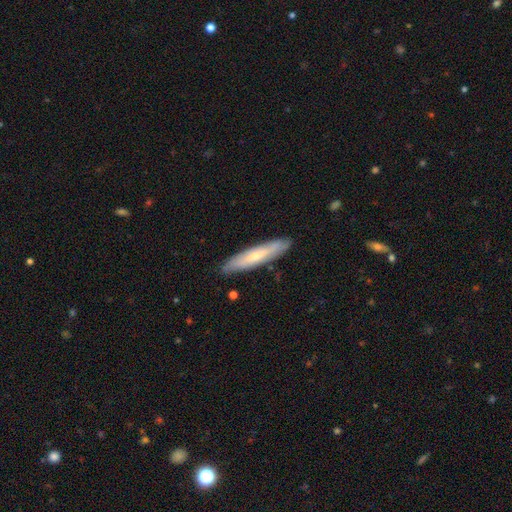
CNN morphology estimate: Overall: smooth (52%; featured or disk 42%). How rounded: cigar-shaped (86%). Merging: none (86%).